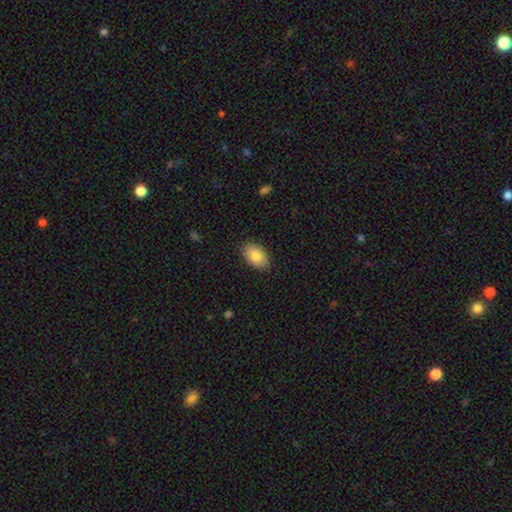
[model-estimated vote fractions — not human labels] A smooth galaxy with no disk features (84%) that is in between round and cigar-shaped (91%).

Vote fractions:
- Smooth or featured? smooth: 84% / featured or disk: 9% / star or artifact: 6%
- How rounded? in between: 91% / round: 8% / cigar-shaped: 1%
- Merging? none: 87% / minor disturbance: 10% / major disturbance: 2% / merger: 1%